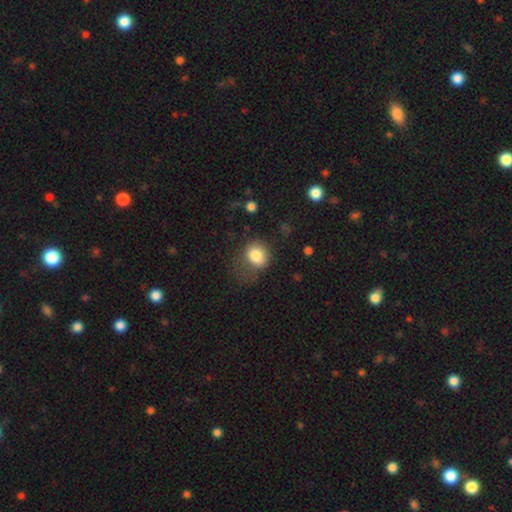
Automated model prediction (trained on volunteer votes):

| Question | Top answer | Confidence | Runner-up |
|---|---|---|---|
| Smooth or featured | smooth | 81% | star or artifact (10%) |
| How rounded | round | 61% | in between (38%) |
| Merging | none | 42% | major disturbance (28%) |